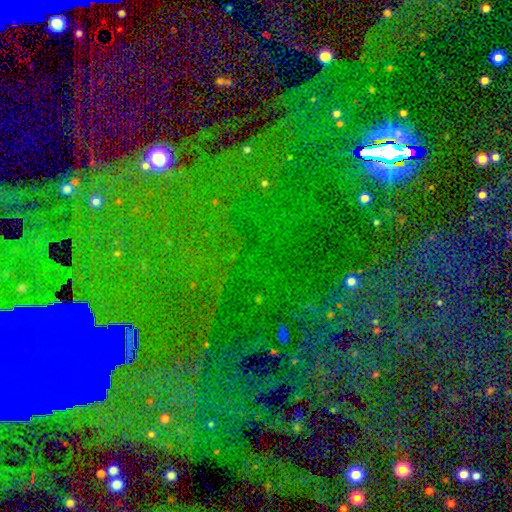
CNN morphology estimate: star or artifact 75%, smooth 13%, featured or disk 12%.